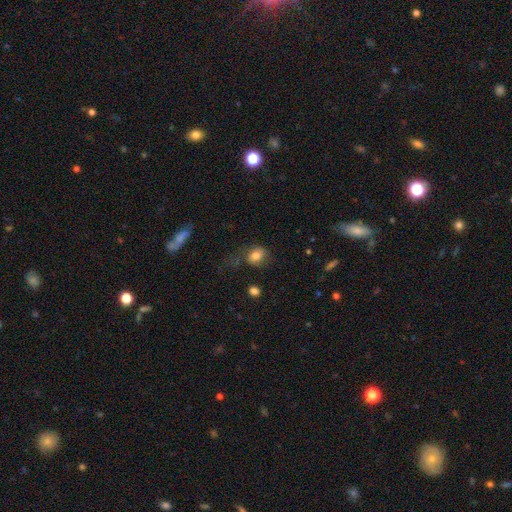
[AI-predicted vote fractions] A smooth galaxy with no disk features (78%) that is in between round and cigar-shaped (57%).

Vote fractions:
- Smooth or featured? smooth: 78% / featured or disk: 12% / star or artifact: 10%
- How rounded? in between: 57% / round: 41% / cigar-shaped: 1%
- Merging? none: 56% / minor disturbance: 22% / major disturbance: 18% / merger: 4%